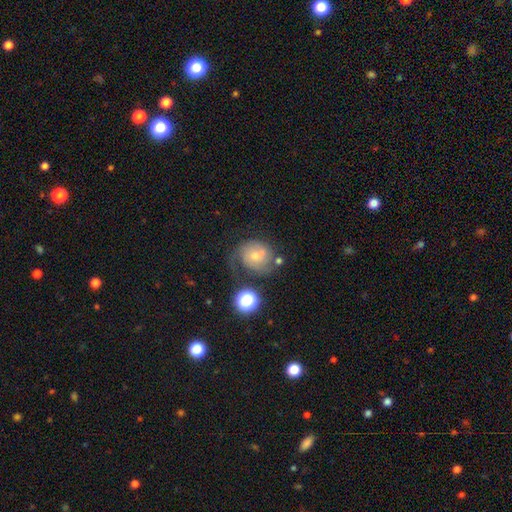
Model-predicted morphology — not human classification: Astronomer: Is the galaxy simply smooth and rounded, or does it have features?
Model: featured or disk — 51% (runner-up: smooth, 37%).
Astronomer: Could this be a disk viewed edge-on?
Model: no — 97%.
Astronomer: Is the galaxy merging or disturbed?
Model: none — 40% (runner-up: minor disturbance, 23%).